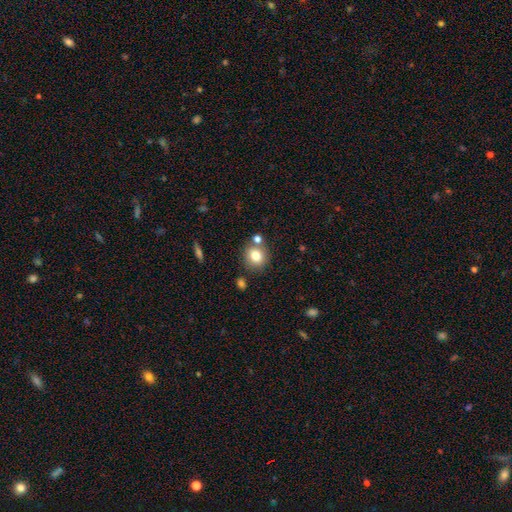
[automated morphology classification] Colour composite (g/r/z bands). It shows a smooth galaxy with no disk features (79%) that is round (80%). Merging: none (73%).